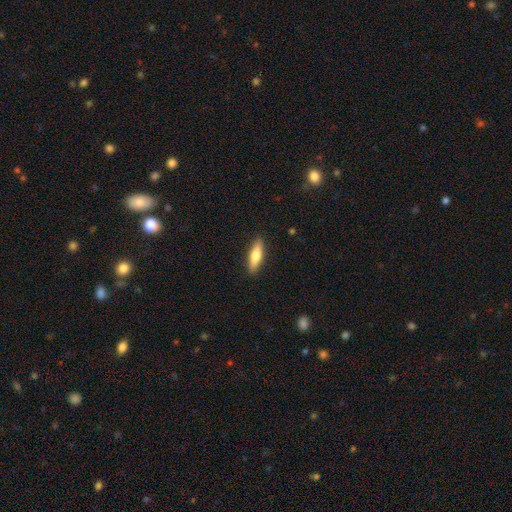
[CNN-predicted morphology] Smooth or featured?
  - smooth: 67% *
  - featured or disk: 27%
  - star or artifact: 6%
How rounded?
  - cigar-shaped: 63% *
  - in between: 35%
  - round: 2%
Merging?
  - none: 89% *
  - minor disturbance: 8%
  - major disturbance: 2%
  - merger: 1%